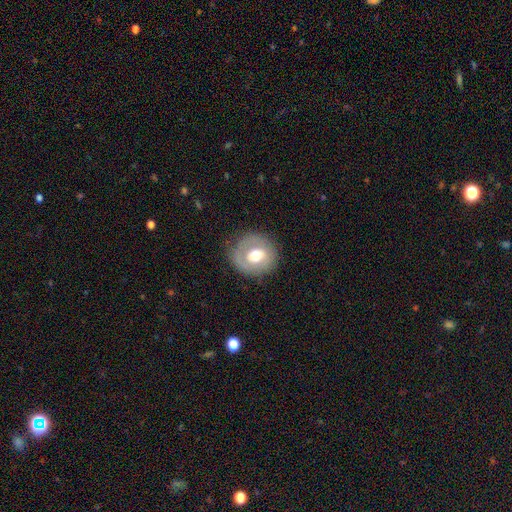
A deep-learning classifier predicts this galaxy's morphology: smooth-or-featured: featured or disk: 47% | smooth: 46% | star or artifact: 7%
  merging: none: 79% | minor disturbance: 14% | major disturbance: 6% | merger: 1%